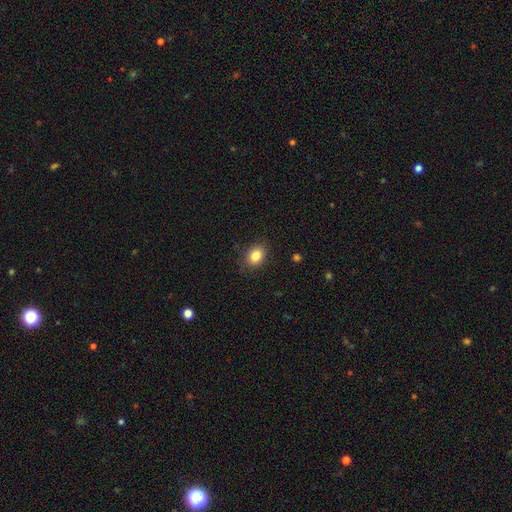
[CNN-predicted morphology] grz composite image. It shows a smooth galaxy with no disk features (84%) that is in between round and cigar-shaped (63%). Merging: none (84%).